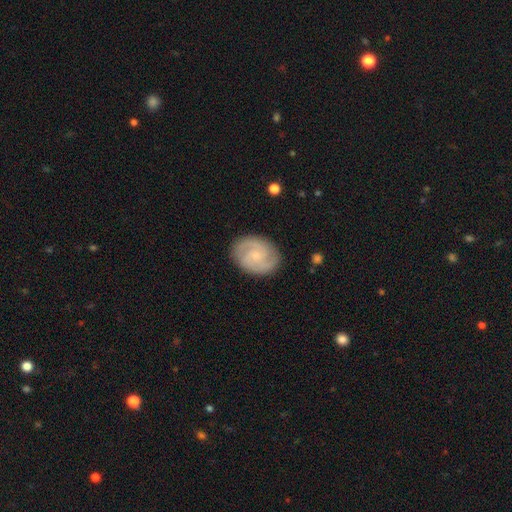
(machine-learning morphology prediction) smooth-or-featured: featured or disk: 81% | smooth: 14% | star or artifact: 5%
  disk-edge-on: no: 98% | yes: 2%
    bar: no: 61% | weak: 34% | strong: 5%
    has-spiral-arms: yes: 96% | no: 4%
      spiral-winding: tight: 48% | medium: 43% | loose: 9%
      spiral-arm-count: 2: 78% | 3: 9% | can't tell: 7% | 1: 2% | 4: 2% | more than 4: 2%
    bulge-size: small: 73% | moderate: 19% | none: 6% | large: 1% | dominant: 1%
  merging: none: 85% | minor disturbance: 10% | major disturbance: 3% | merger: 1%